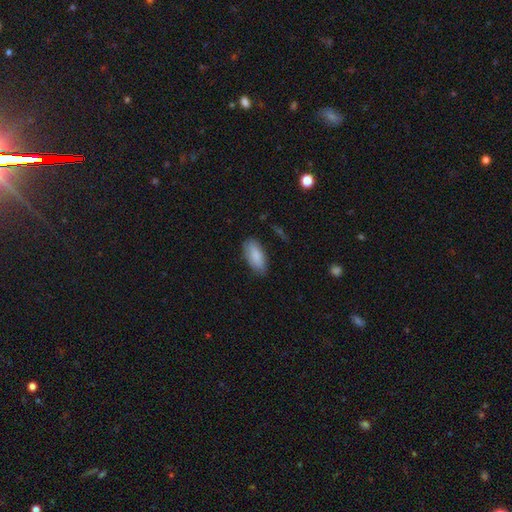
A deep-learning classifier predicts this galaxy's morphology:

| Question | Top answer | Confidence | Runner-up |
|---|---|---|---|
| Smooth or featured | smooth | 86% | featured or disk (9%) |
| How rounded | in between | 87% | cigar-shaped (11%) |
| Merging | none | 78% | minor disturbance (17%) |